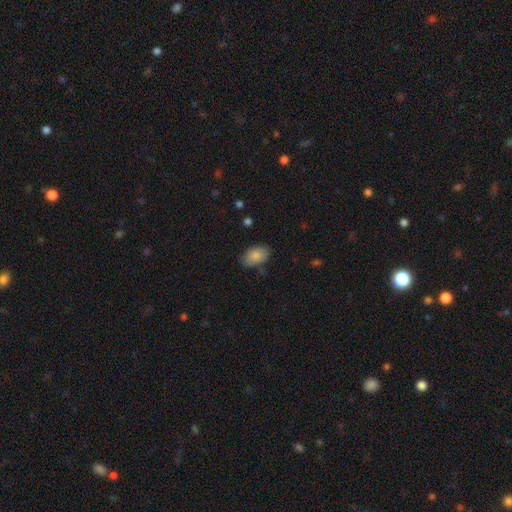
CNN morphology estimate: Smooth or featured? Predicted: smooth (p=0.85). How rounded? Predicted: in between (p=0.91). Merging? Predicted: none (p=0.79).